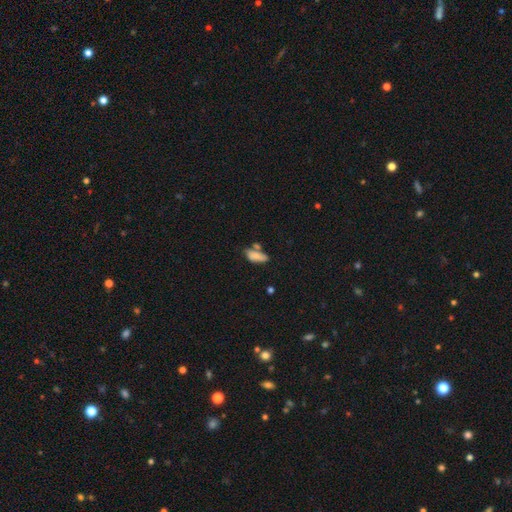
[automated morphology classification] This is clearly a smooth galaxy (80%). How rounded: likely in between (79%). Merging: marginally none (43%).